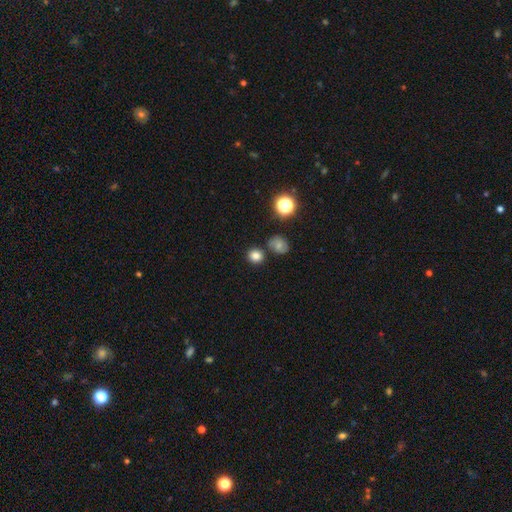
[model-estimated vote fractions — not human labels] Smooth or featured?
  - smooth: 79% *
  - star or artifact: 14%
  - featured or disk: 7%
How rounded?
  - round: 87% *
  - in between: 12%
  - cigar-shaped: 1%
Merging?
  - none: 75% *
  - merger: 12%
  - minor disturbance: 9%
  - major disturbance: 3%